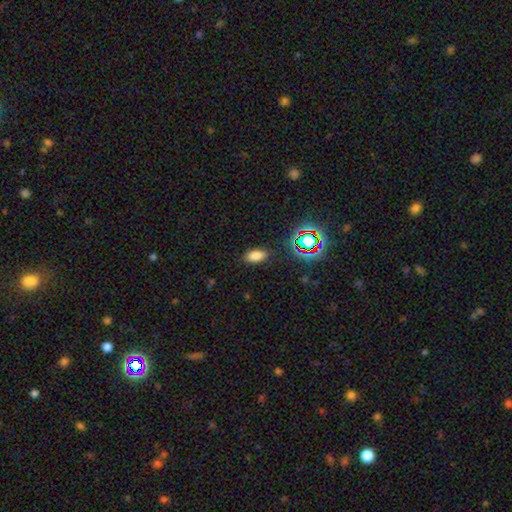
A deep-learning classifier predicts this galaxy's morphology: Overall: smooth (76%). How rounded: in between (89%). Merging: none (86%).